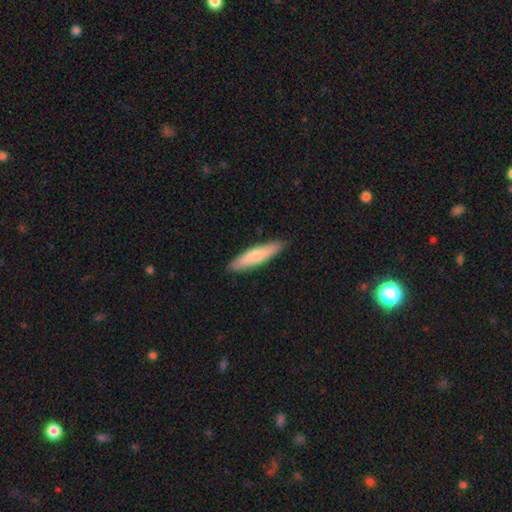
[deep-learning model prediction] Morphology: type=smooth (74%); roundness=cigar-shaped (80%); merging=none (89%).